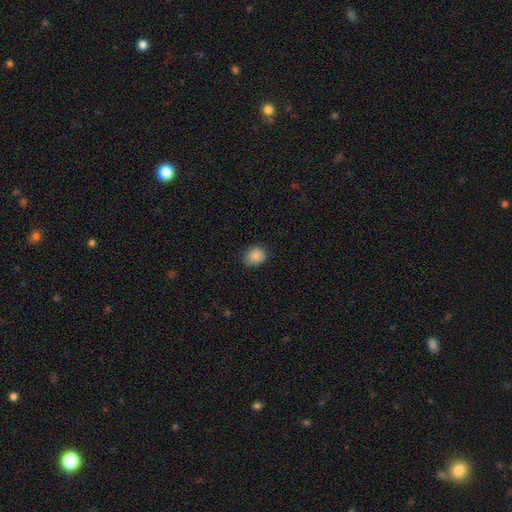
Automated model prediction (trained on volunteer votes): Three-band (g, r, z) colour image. It shows a smooth galaxy with no disk features (88%) that is round (58%). Merging: none (82%).